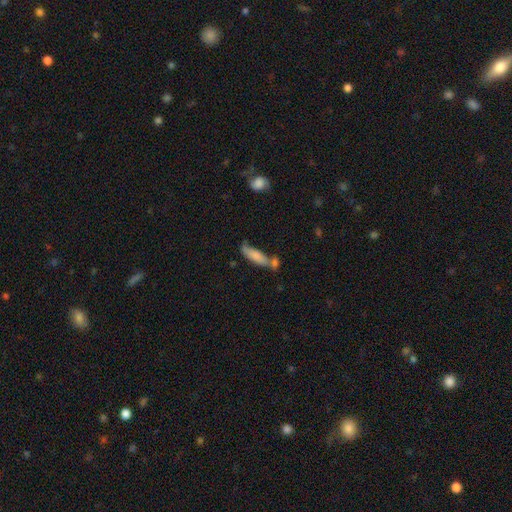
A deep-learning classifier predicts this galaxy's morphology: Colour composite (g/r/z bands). It shows a smooth galaxy with no disk features (77%) that is cigar-shaped (59%). Merging: none (48%).